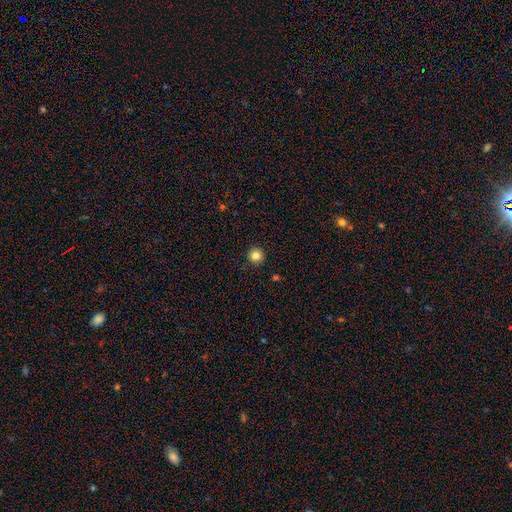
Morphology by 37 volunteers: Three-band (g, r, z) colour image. It shows a smooth galaxy with no disk features (84%) that is round (94%). Merging: none (94%).